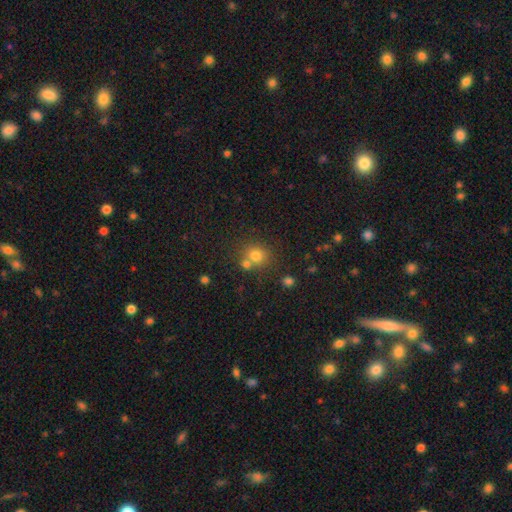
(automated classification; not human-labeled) A smooth galaxy with no disk features (75%) that is round (81%). Merging: none (60%).